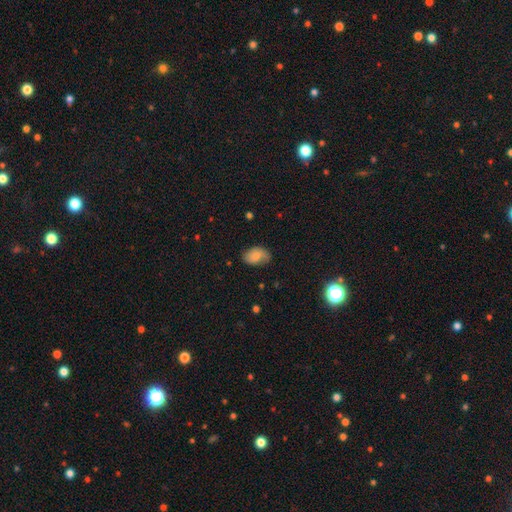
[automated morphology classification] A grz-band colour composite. It shows a smooth galaxy with no disk features (68%) that is in between round and cigar-shaped (87%). Merging: none (66%).